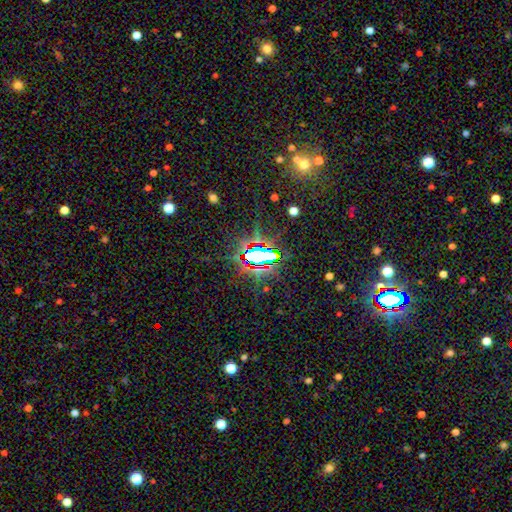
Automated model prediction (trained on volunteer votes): A star or artifact, not a galaxy (75%).

Vote fractions:
- Smooth or featured? star or artifact: 75% / smooth: 14% / featured or disk: 11%